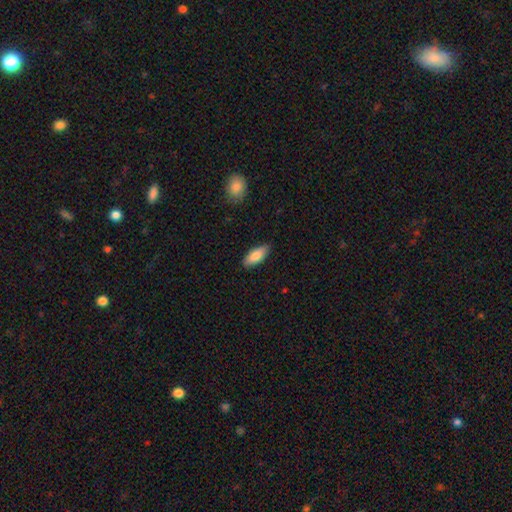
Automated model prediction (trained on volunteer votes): Morphology: type=smooth (82%); roundness=in between (79%); merging=none (84%).